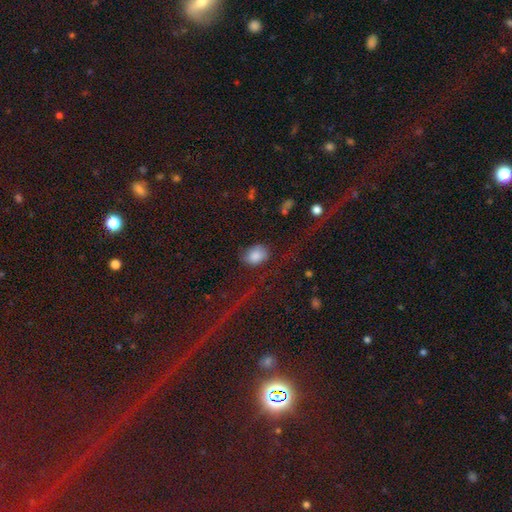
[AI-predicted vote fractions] A smooth galaxy with no disk features (78%) that is in between round and cigar-shaped (71%). Merging: none (55%).